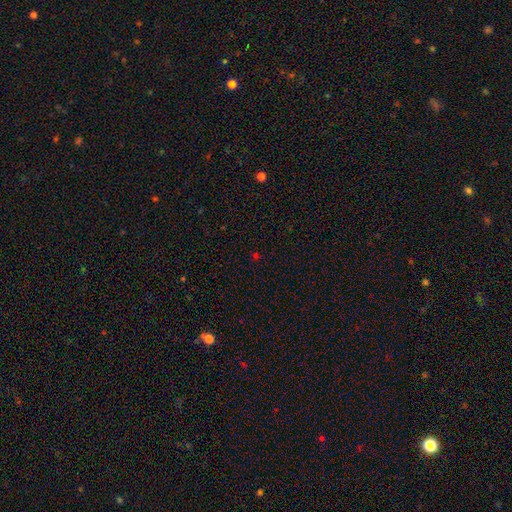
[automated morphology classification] Q: Smooth or featured?
A: star or artifact (61%); runner-up: smooth (32%)